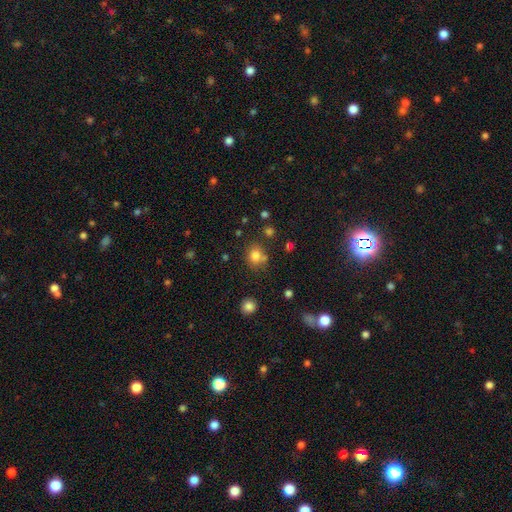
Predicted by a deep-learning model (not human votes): Smooth or featured?
  - smooth: 79% *
  - star or artifact: 14%
  - featured or disk: 7%
How rounded?
  - round: 69% *
  - in between: 30%
  - cigar-shaped: 1%
Merging?
  - none: 68% *
  - minor disturbance: 14%
  - merger: 13%
  - major disturbance: 5%